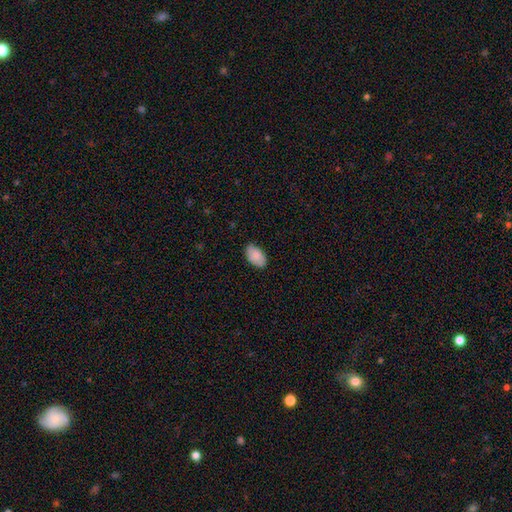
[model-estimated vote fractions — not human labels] A smooth galaxy with no disk features (86%) that is in between round and cigar-shaped (94%).

Vote fractions:
- Smooth or featured? smooth: 86% / featured or disk: 8% / star or artifact: 6%
- How rounded? in between: 94% / round: 5% / cigar-shaped: 1%
- Merging? none: 84% / minor disturbance: 13% / major disturbance: 2% / merger: 1%